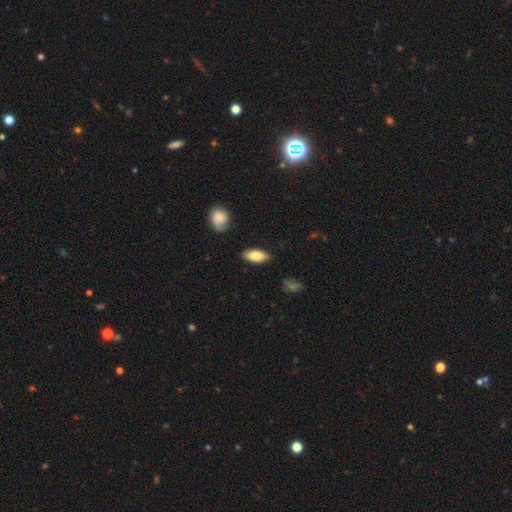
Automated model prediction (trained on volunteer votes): A smooth galaxy with no disk features (84%) that is in between round and cigar-shaped (89%). Merging: none (84%).